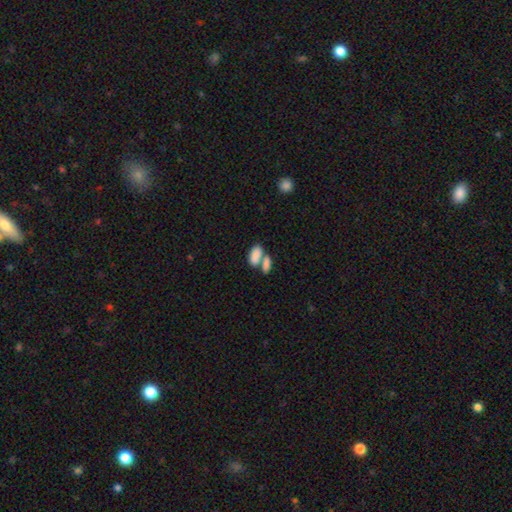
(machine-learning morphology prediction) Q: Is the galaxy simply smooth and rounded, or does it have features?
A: smooth — 84%.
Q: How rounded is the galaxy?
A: in between — 91%.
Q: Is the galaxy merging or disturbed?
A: merger — 58%.